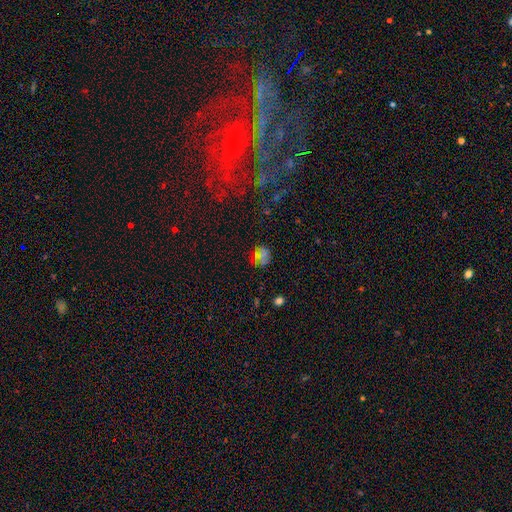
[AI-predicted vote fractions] smooth-or-featured: smooth: 48% | star or artifact: 43% | featured or disk: 9%
  merging: none: 80% | minor disturbance: 11% | major disturbance: 6% | merger: 4%